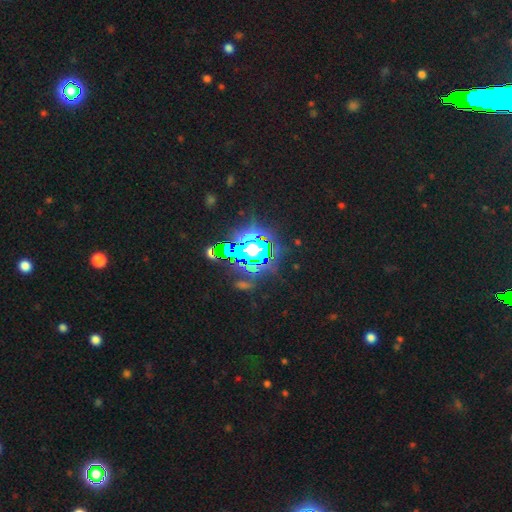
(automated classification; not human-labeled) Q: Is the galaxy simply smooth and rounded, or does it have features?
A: star or artifact — 72%.